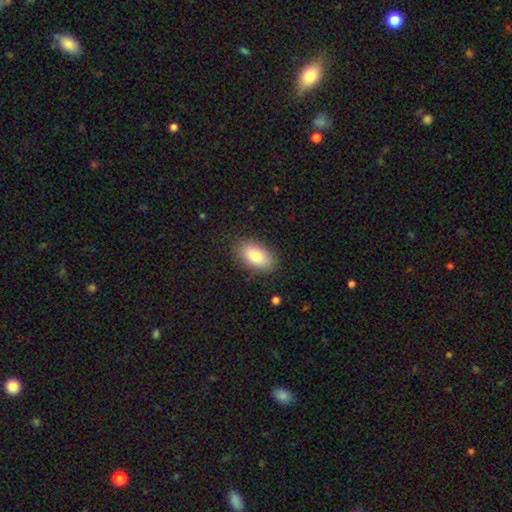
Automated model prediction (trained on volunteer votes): Q: Smooth or featured?
A: smooth (81%); runner-up: featured or disk (13%)
Q: How rounded?
A: in between (92%); runner-up: round (6%)
Q: Merging?
A: none (85%); runner-up: minor disturbance (11%)